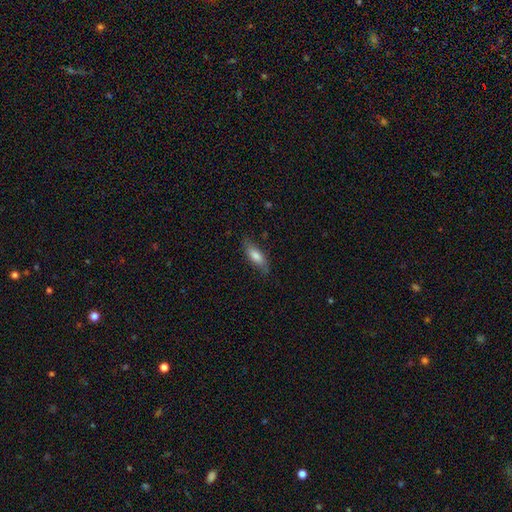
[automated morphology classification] Overall: smooth (72%). How rounded: in between (65%; cigar-shaped 33%). Merging: none (76%).